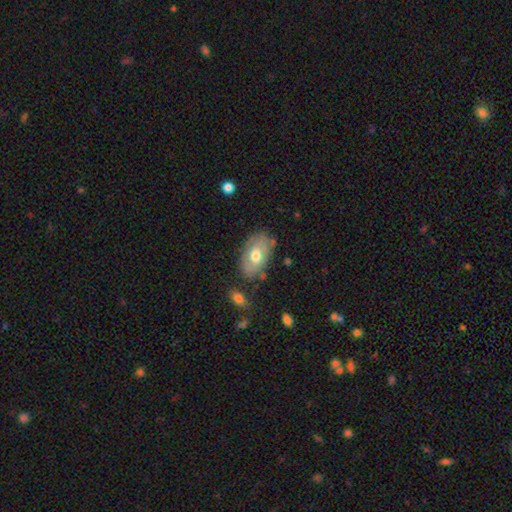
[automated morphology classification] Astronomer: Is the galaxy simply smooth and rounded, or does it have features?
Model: smooth — 51% (runner-up: featured or disk, 42%).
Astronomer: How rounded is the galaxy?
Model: in between — 91%.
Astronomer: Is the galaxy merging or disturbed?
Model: none — 73%.